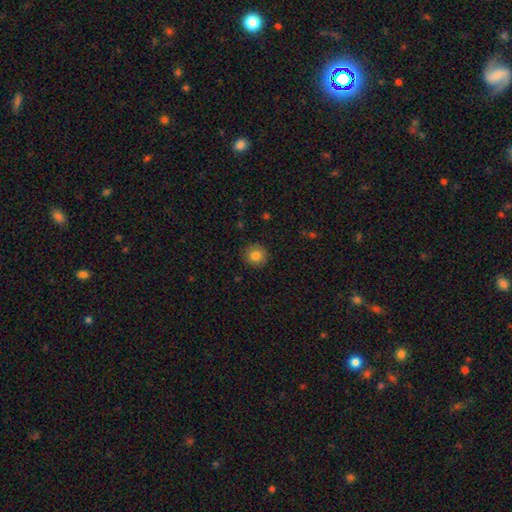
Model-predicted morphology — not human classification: This appears to be a smooth galaxy with no disk features (84%) that is round (93%). Merging: none (90%).